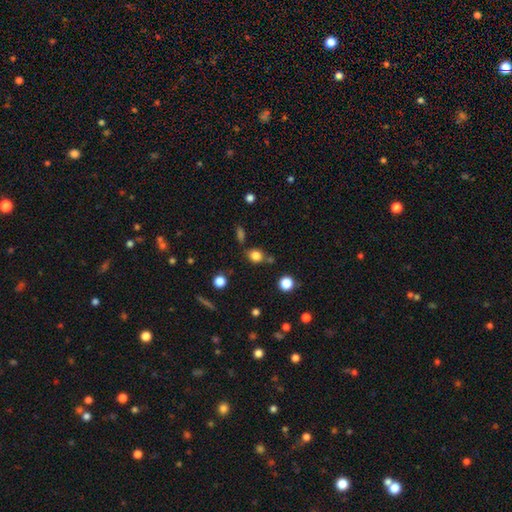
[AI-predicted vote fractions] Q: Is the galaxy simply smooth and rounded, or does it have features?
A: smooth — 81%.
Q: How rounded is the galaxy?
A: round — 68%.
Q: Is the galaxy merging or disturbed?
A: none — 70%.